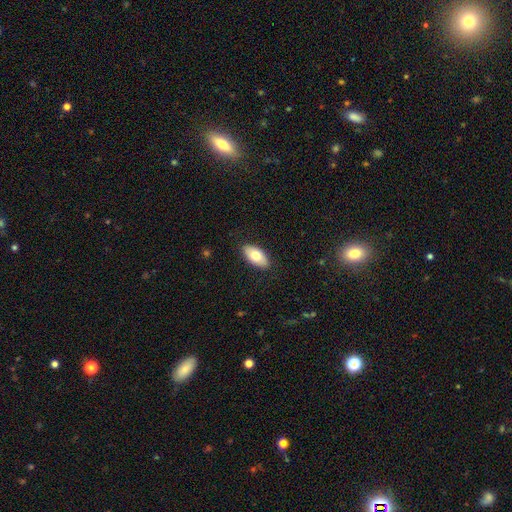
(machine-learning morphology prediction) The model was most divided on "smooth or featured": smooth: 73%, featured or disk: 21%, star or artifact: 6%. More confident: how rounded — in between (93%); merging — none (88%).